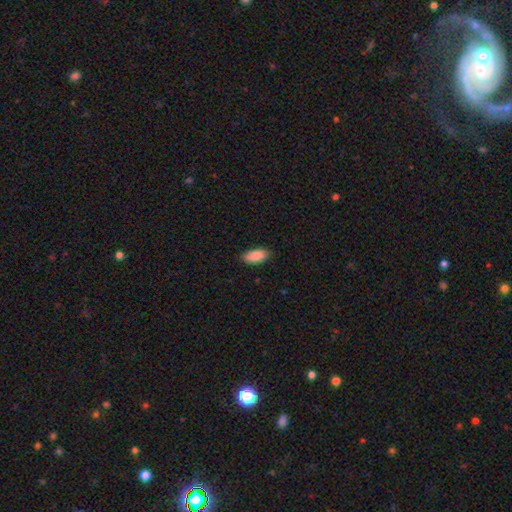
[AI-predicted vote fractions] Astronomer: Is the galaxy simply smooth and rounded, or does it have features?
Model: smooth — 89%.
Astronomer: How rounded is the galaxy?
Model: in between — 90%.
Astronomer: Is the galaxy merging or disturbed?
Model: none — 83%.